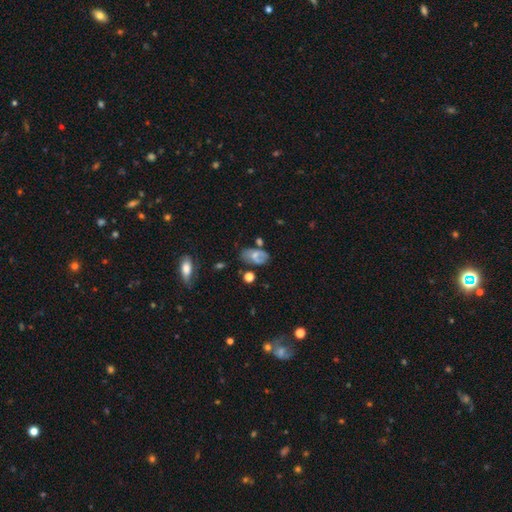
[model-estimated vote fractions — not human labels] Overall: smooth (51%; featured or disk 39%). How rounded: in between (88%). Merging: none (49%; minor disturbance 29%).